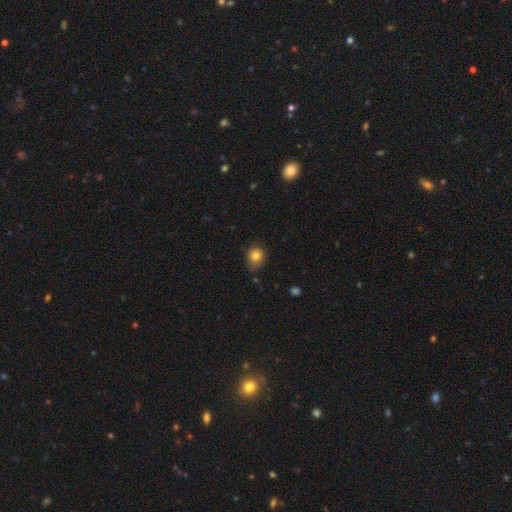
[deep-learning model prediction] A smooth galaxy with no disk features (80%) that is round (70%). Merging: none (68%).